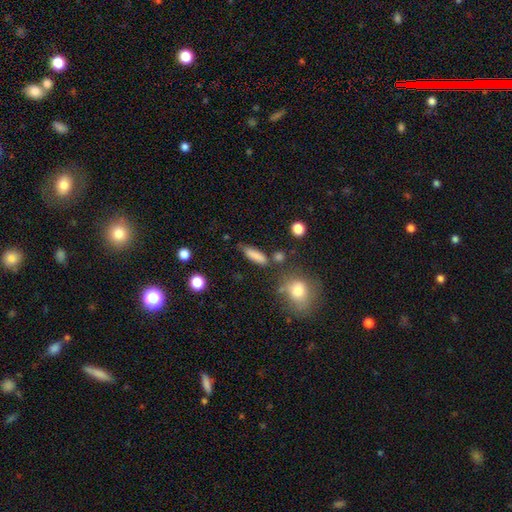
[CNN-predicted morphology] A smooth galaxy with no disk features (82%) that is cigar-shaped (59%). Merging: none (71%).